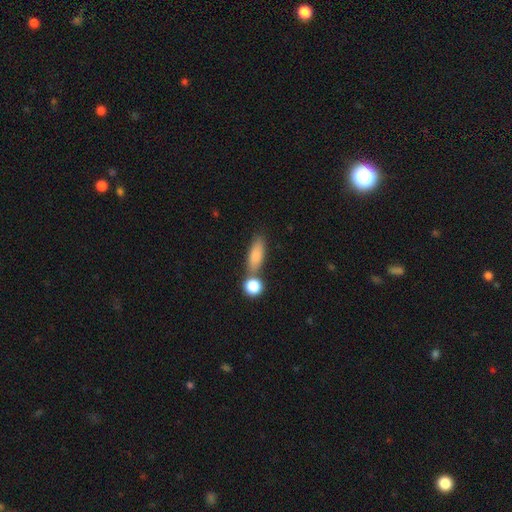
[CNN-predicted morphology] Smooth or featured?
  - smooth: 82% *
  - featured or disk: 10%
  - star or artifact: 8%
How rounded?
  - in between: 63% *
  - cigar-shaped: 30%
  - round: 7%
Merging?
  - none: 59% *
  - merger: 22%
  - minor disturbance: 14%
  - major disturbance: 5%